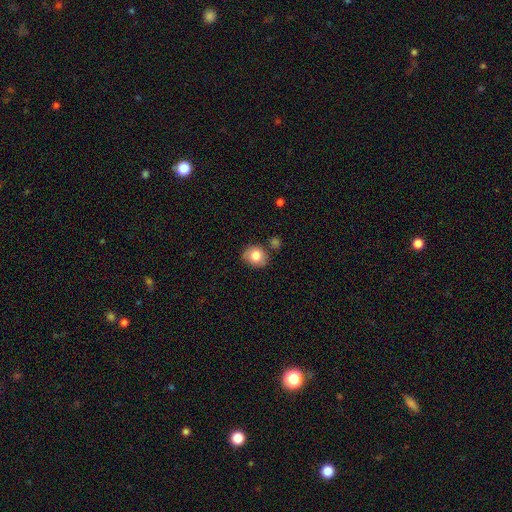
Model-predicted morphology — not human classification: smooth-or-featured: smooth: 79% | featured or disk: 12% | star or artifact: 9%
  how-rounded: round: 69% | in between: 30% | cigar-shaped: 1%
  merging: none: 73% | minor disturbance: 17% | merger: 6% | major disturbance: 4%